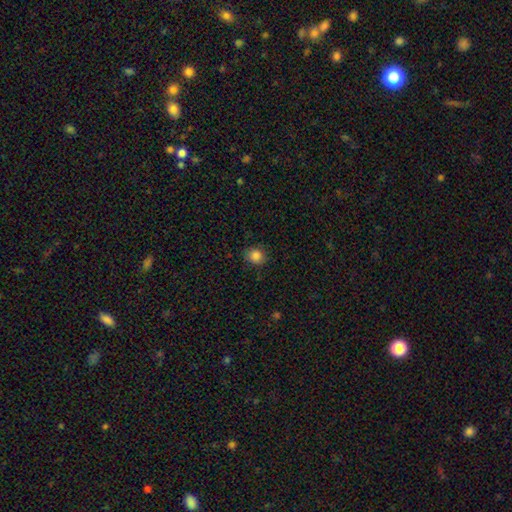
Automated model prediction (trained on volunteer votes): Q: Smooth or featured?
A: smooth (85%); runner-up: star or artifact (11%)
Q: How rounded?
A: round (71%); runner-up: in between (29%)
Q: Merging?
A: none (85%); runner-up: minor disturbance (11%)